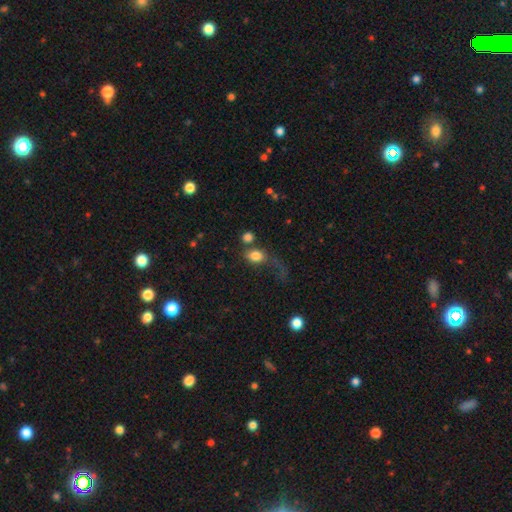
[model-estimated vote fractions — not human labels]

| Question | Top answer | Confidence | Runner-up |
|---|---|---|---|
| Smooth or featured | smooth | 81% | featured or disk (10%) |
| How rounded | in between | 65% | round (34%) |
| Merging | none | 35% | major disturbance (26%) |